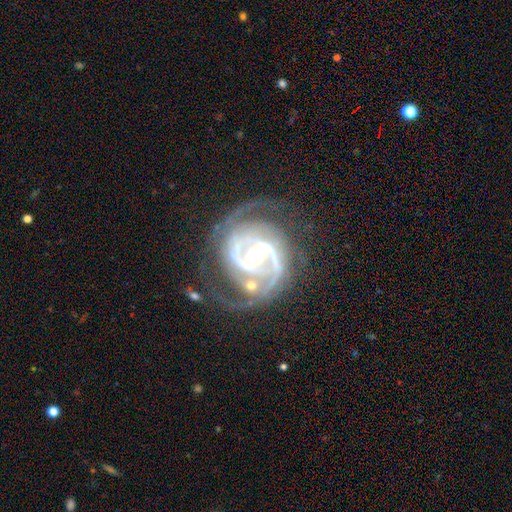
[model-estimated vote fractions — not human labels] Smooth or featured? featured or disk (91%)
Edge-on disk? no (98%)
Bar? no (51%)
Spiral arms? yes (97%)
Spiral winding? tight (56%)
Spiral arm count? 2 (58%)
Bulge size? moderate (61%)
Merging? none (59%)